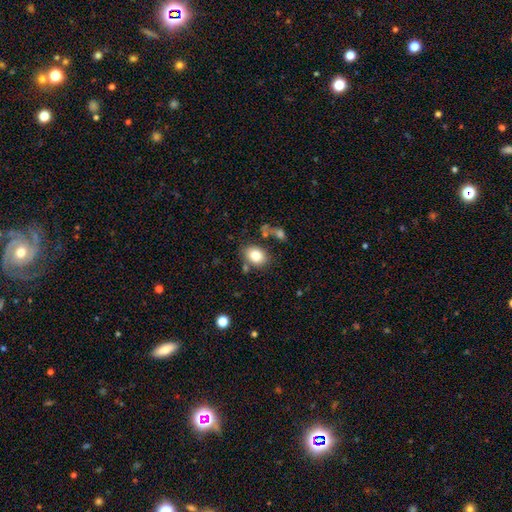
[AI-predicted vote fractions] Overall: smooth (81%). How rounded: in between (67%; round 32%). Merging: none (74%).